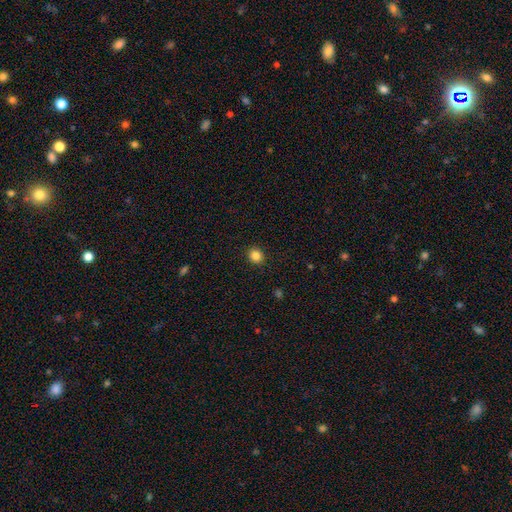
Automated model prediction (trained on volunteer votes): smooth_or_featured: smooth (p=0.84) [alt: star or artifact p=0.12]
how_rounded: round (p=0.87) [alt: in between p=0.12]
merging: none (p=0.92) [alt: minor disturbance p=0.05]